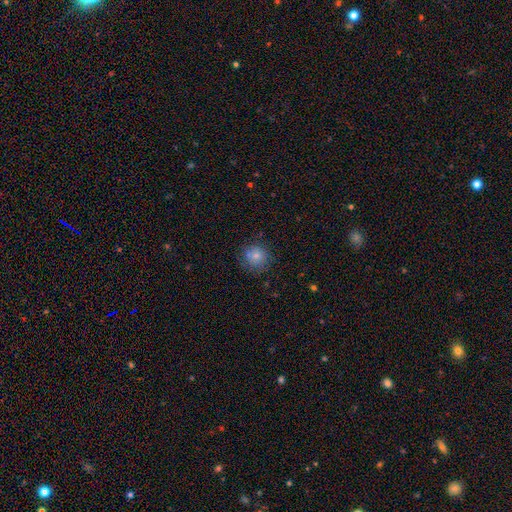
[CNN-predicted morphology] Smooth or featured: smooth — 72% (star or artifact — 16%)
How rounded: round — 92% (in between — 7%)
Merging: none — 80% (minor disturbance — 13%)